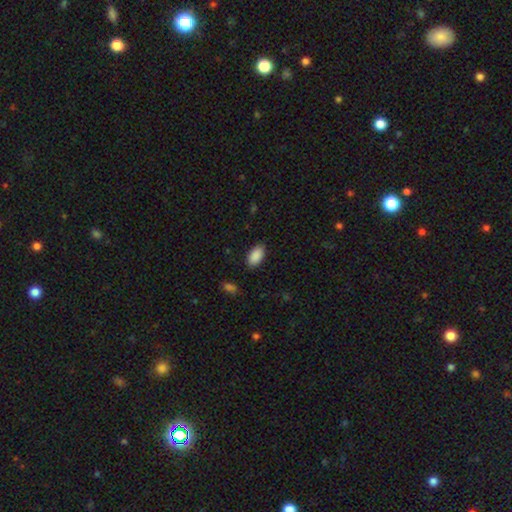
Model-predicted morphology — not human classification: Q: Smooth or featured?
A: smooth (90%); runner-up: star or artifact (7%)
Q: How rounded?
A: in between (94%); runner-up: round (3%)
Q: Merging?
A: none (87%); runner-up: minor disturbance (10%)